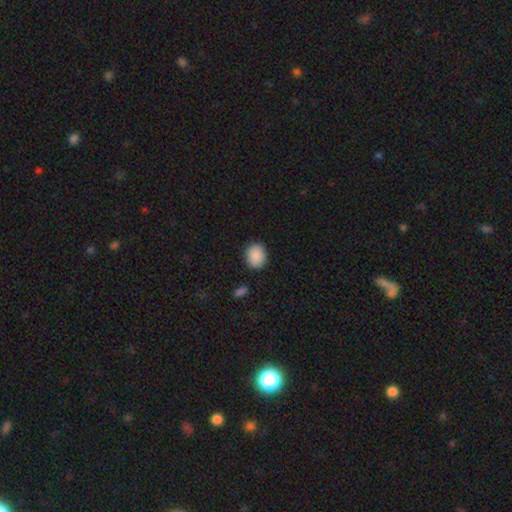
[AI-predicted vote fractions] Q: Smooth or featured?
A: smooth (90%); runner-up: star or artifact (7%)
Q: How rounded?
A: round (51%); runner-up: in between (48%)
Q: Merging?
A: none (88%); runner-up: minor disturbance (8%)